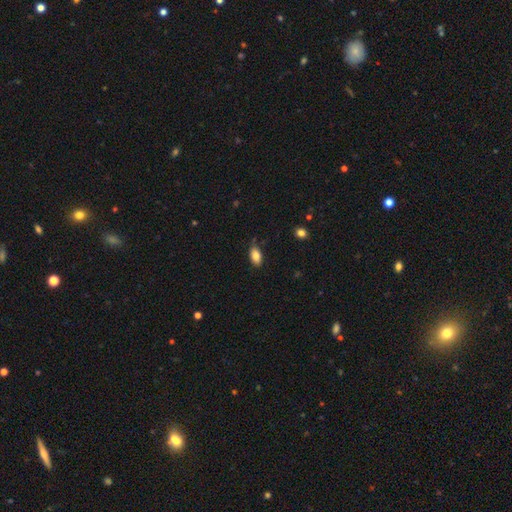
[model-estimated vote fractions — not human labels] Morphology: type=smooth (85%); roundness=in between (91%); merging=none (77%).